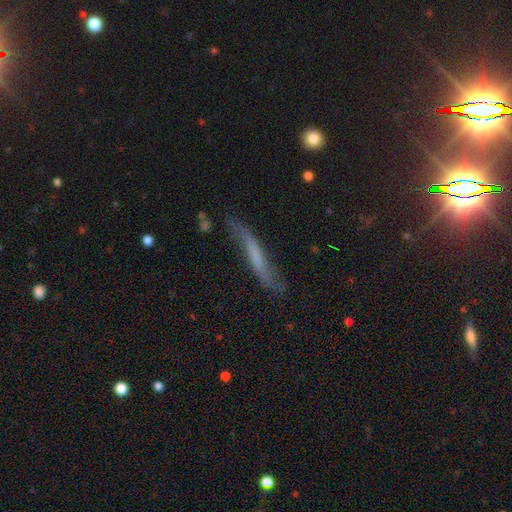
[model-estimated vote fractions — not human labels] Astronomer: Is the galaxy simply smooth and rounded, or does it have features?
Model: featured or disk — 52% (runner-up: smooth, 39%).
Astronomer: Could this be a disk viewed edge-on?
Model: yes — 62% (runner-up: no, 38%).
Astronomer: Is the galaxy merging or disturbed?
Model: none — 62%.